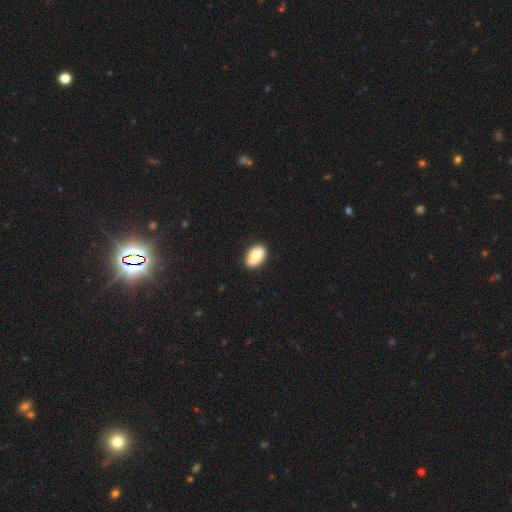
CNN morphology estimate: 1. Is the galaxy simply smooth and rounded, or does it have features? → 81% smooth, 12% featured or disk, 7% star or artifact.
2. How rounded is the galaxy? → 90% in between, 8% round, 3% cigar-shaped.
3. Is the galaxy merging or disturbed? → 85% none, 11% minor disturbance, 2% major disturbance, 1% merger.